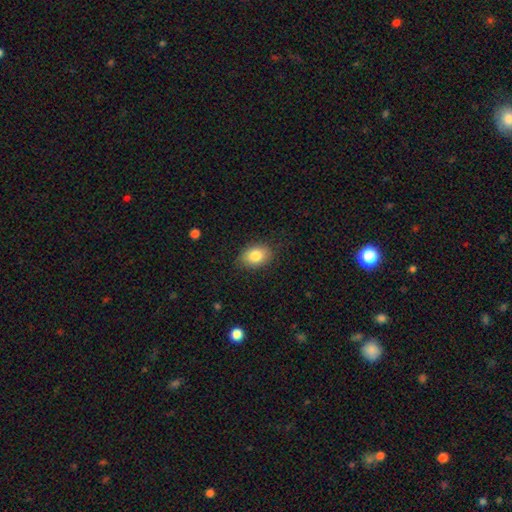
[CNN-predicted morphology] Smooth or featured?
  - smooth: 83% *
  - featured or disk: 9%
  - star or artifact: 8%
How rounded?
  - in between: 76% *
  - round: 23%
  - cigar-shaped: 1%
Merging?
  - none: 83% *
  - minor disturbance: 13%
  - major disturbance: 3%
  - merger: 1%